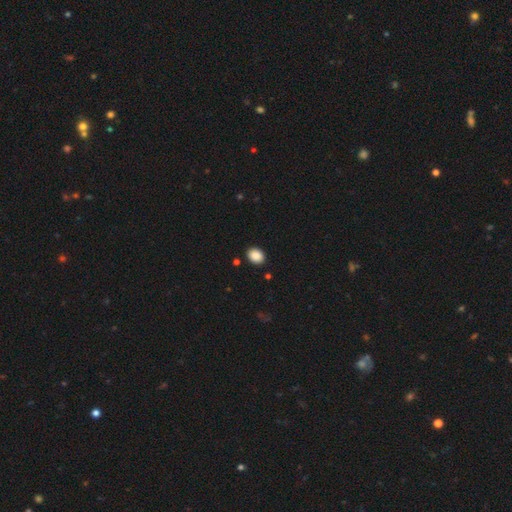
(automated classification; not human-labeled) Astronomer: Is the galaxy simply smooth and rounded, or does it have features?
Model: smooth — 89%.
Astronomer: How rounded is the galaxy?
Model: in between — 56% (runner-up: round, 43%).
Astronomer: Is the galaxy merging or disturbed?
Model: none — 89%.